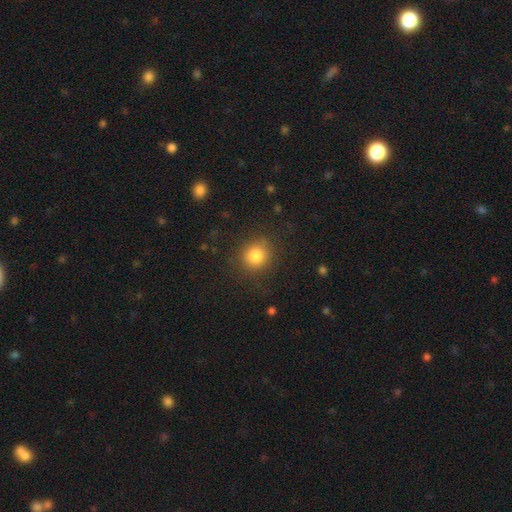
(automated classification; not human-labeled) Smooth or featured: smooth — 83% (star or artifact — 11%)
How rounded: round — 86% (in between — 13%)
Merging: none — 85% (minor disturbance — 10%)